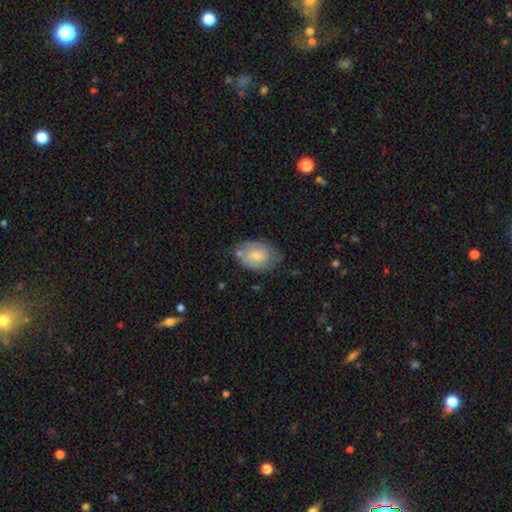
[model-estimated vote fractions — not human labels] Smooth or featured?
  - smooth: 68% *
  - featured or disk: 25%
  - star or artifact: 7%
How rounded?
  - in between: 80% *
  - round: 18%
  - cigar-shaped: 1%
Merging?
  - none: 60% *
  - minor disturbance: 27%
  - major disturbance: 7%
  - merger: 6%